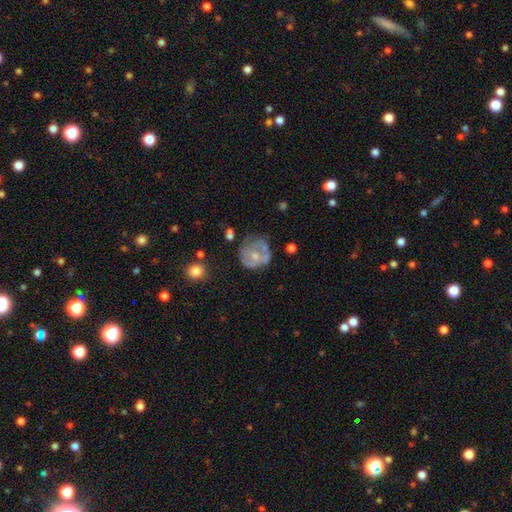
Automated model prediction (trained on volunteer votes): Smooth or featured: featured or disk — 52% (smooth — 40%)
Edge-on disk: no — 98% (yes — 2%)
Bar: no — 84% (weak — 13%)
Spiral arms: no — 68% (yes — 32%)
Bulge size: moderate — 48% (small — 39%)
Merging: none — 49% (minor disturbance — 25%)